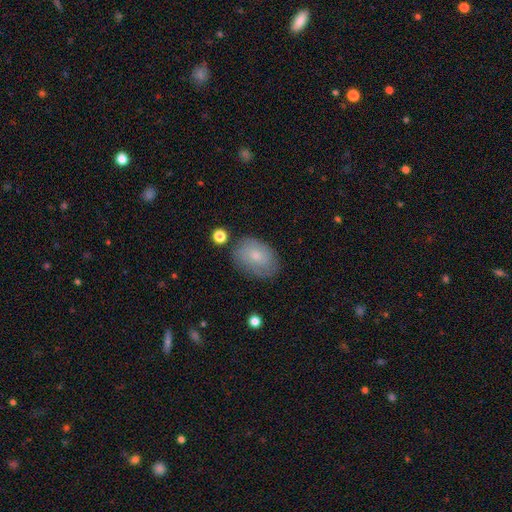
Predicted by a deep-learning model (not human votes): Smooth or featured? Predicted: smooth (p=0.66). How rounded? Predicted: in between (p=0.81). Merging? Predicted: none (p=0.74).